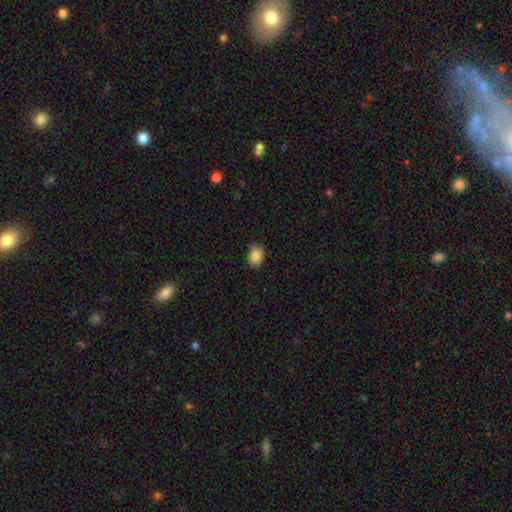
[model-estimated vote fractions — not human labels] smooth-or-featured: smooth: 86% | star or artifact: 8% | featured or disk: 6%
  how-rounded: in between: 68% | round: 31% | cigar-shaped: 1%
  merging: none: 80% | minor disturbance: 17% | major disturbance: 2% | merger: 1%